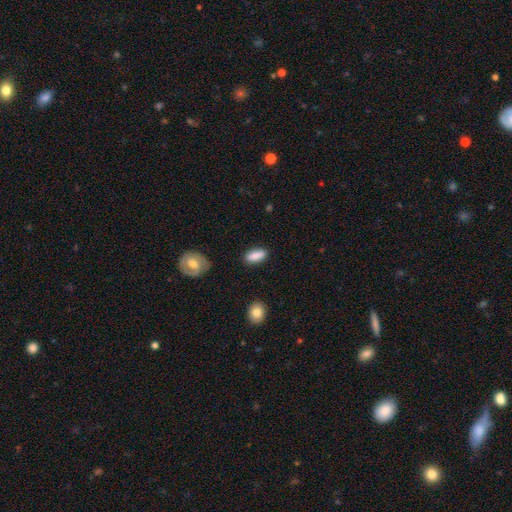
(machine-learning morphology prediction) Overall: smooth (85%). How rounded: in between (72%). Merging: none (83%).